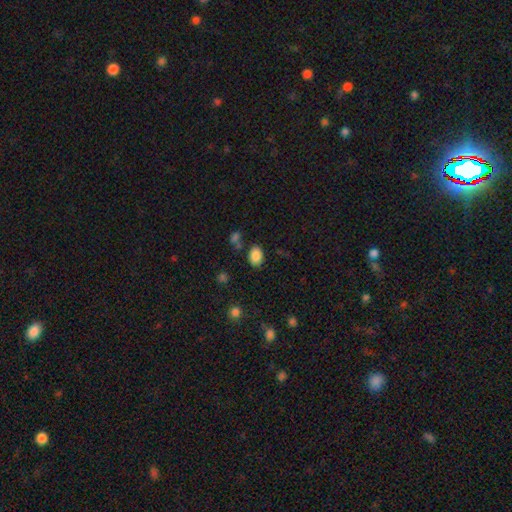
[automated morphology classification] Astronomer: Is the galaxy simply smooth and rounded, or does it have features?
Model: smooth — 86%.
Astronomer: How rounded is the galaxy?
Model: in between — 82%.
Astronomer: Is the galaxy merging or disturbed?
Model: none — 77%.